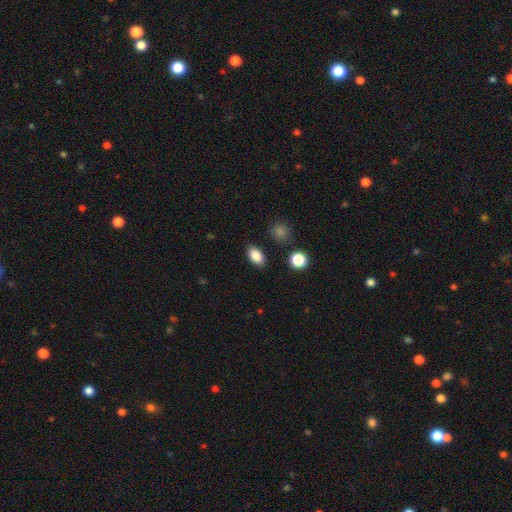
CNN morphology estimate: Smooth or featured? Predicted: smooth (p=0.86). How rounded? Predicted: in between (p=0.86). Merging? Predicted: none (p=0.86).